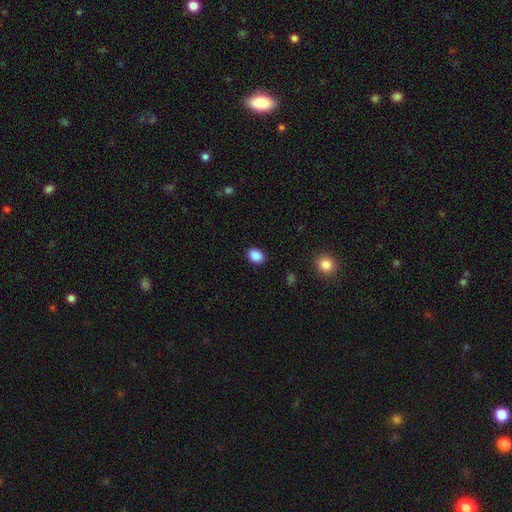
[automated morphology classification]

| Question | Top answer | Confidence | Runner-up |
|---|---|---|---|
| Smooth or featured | smooth | 88% | star or artifact (8%) |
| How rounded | in between | 69% | round (30%) |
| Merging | none | 89% | minor disturbance (8%) |